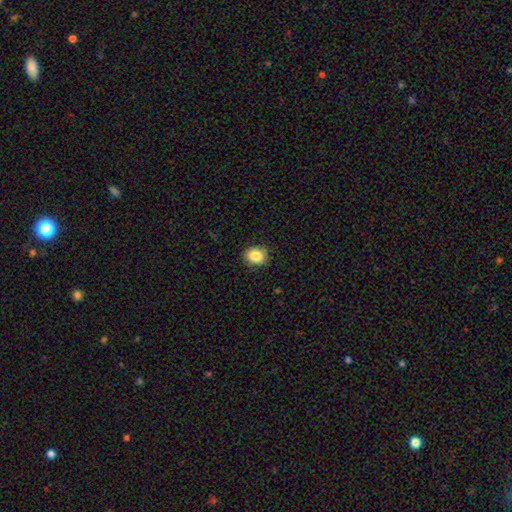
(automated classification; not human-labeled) Smooth or featured? Predicted: smooth (p=0.85). How rounded? Predicted: round (p=0.65). Merging? Predicted: none (p=0.84).